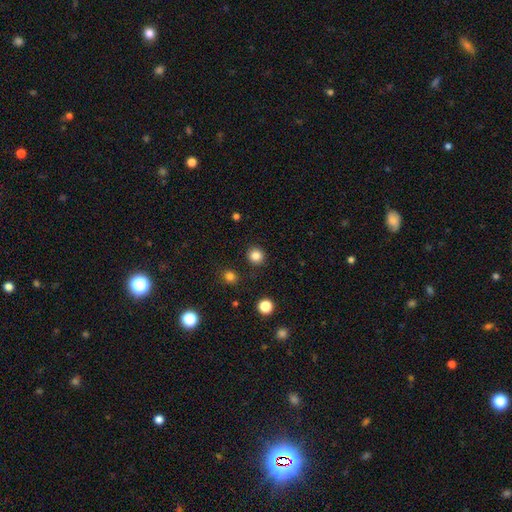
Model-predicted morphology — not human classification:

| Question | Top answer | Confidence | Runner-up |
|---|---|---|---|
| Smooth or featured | smooth | 84% | star or artifact (12%) |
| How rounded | round | 90% | in between (9%) |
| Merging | none | 90% | minor disturbance (6%) |